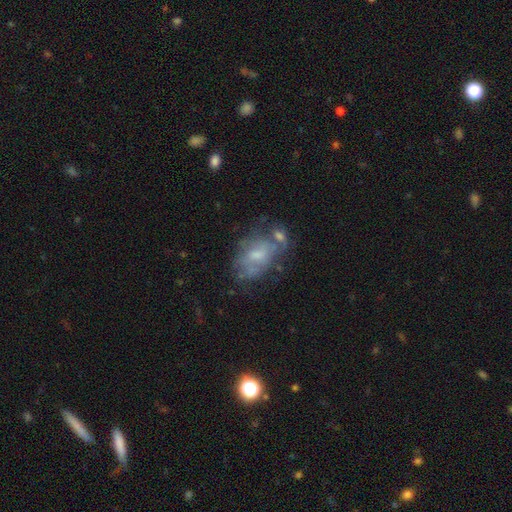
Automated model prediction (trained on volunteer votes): A featured or disk galaxy (53%) with no bar (67%), no spiral arms (59%) and a small central bulge (43%). Merging: none (42%).